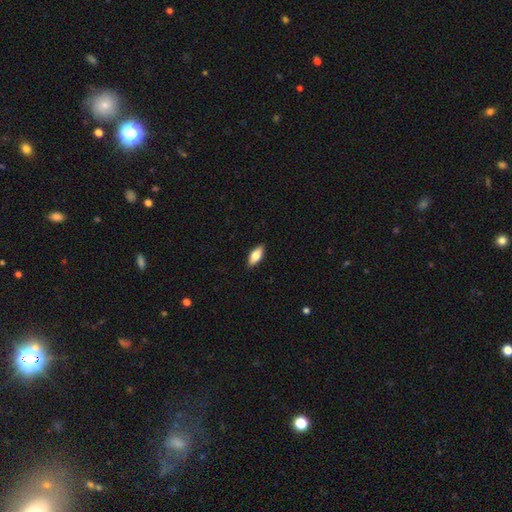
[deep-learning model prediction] A smooth galaxy with no disk features (73%) that is in between round and cigar-shaped (81%).

Vote fractions:
- Smooth or featured? smooth: 73% / featured or disk: 21% / star or artifact: 6%
- How rounded? in between: 81% / cigar-shaped: 17% / round: 2%
- Merging? none: 90% / minor disturbance: 7% / major disturbance: 2% / merger: 1%